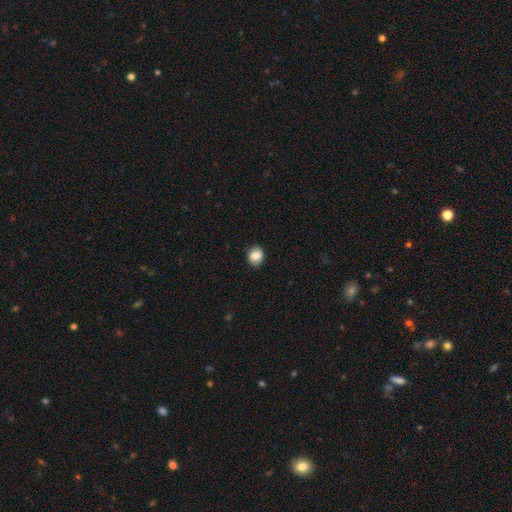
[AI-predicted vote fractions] Smooth or featured? Predicted: smooth (p=0.83). How rounded? Predicted: round (p=0.59). Merging? Predicted: none (p=0.87).